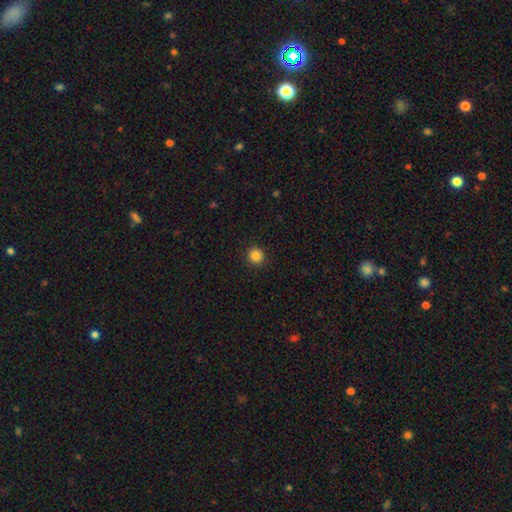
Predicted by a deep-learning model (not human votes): smooth 85%, star or artifact 11%, featured or disk 4%. Down the decision tree: how rounded — round (93%); merging — none (92%).